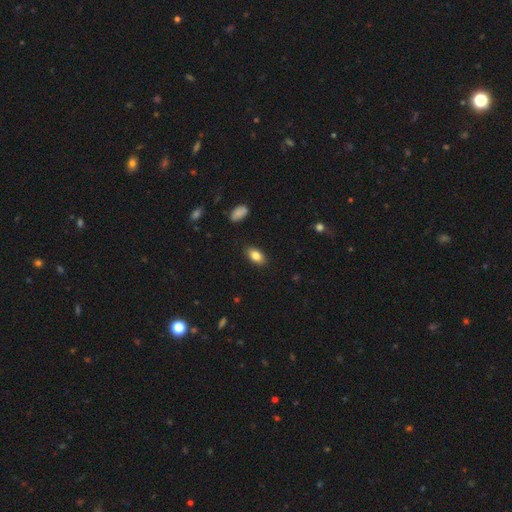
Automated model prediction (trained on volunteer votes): Smooth or featured: smooth — 84% (featured or disk — 8%)
How rounded: in between — 90% (round — 6%)
Merging: none — 87% (minor disturbance — 9%)